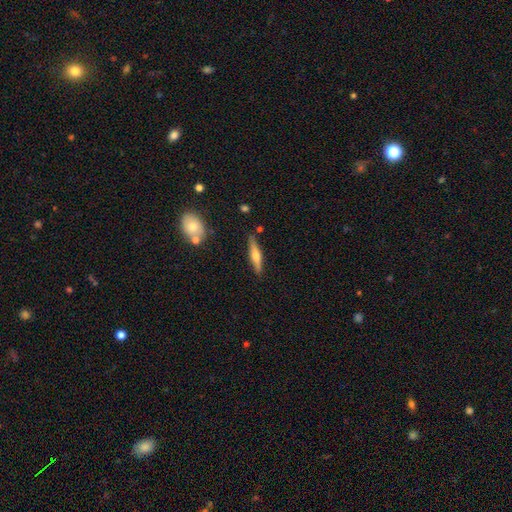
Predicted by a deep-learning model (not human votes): A featured or disk galaxy (59%) viewed edge-on (96%) with a rounded central bulge (89%). Merging: none (84%).